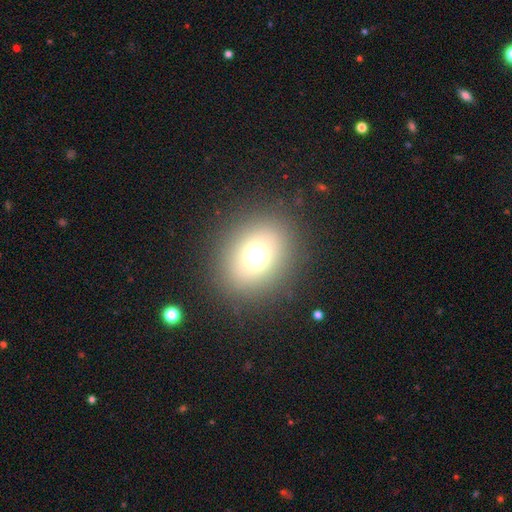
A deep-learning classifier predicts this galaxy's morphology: smooth_or_featured: smooth (p=0.64) [alt: star or artifact p=0.22]
how_rounded: round (p=0.66) [alt: in between p=0.33]
merging: none (p=0.86) [alt: minor disturbance p=0.07]